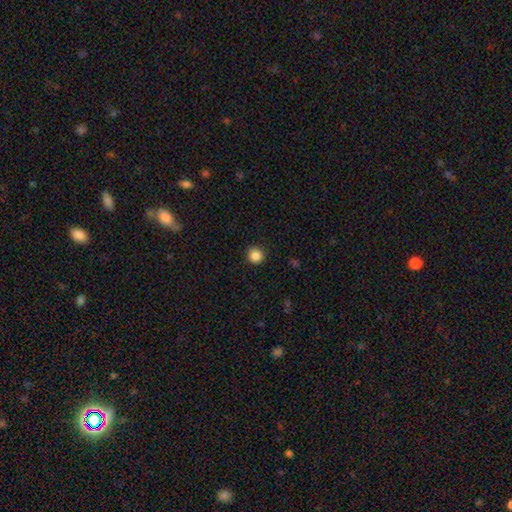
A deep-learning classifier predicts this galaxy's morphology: Smooth or featured: smooth — 86% (star or artifact — 11%)
How rounded: round — 95% (in between — 5%)
Merging: none — 92% (minor disturbance — 6%)